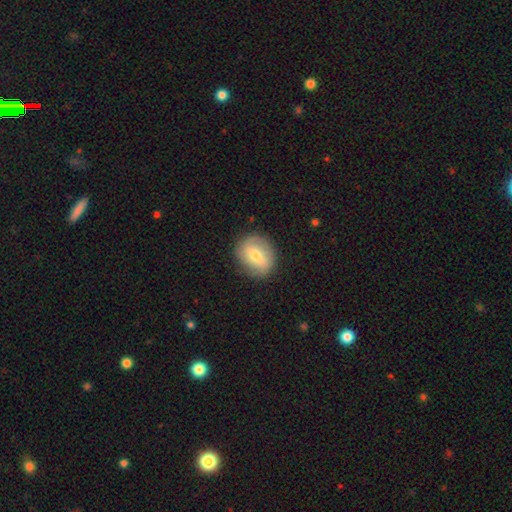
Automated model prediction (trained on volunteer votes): This appears to be a smooth galaxy with no disk features (59%) that is round (64%). Merging: none (84%).